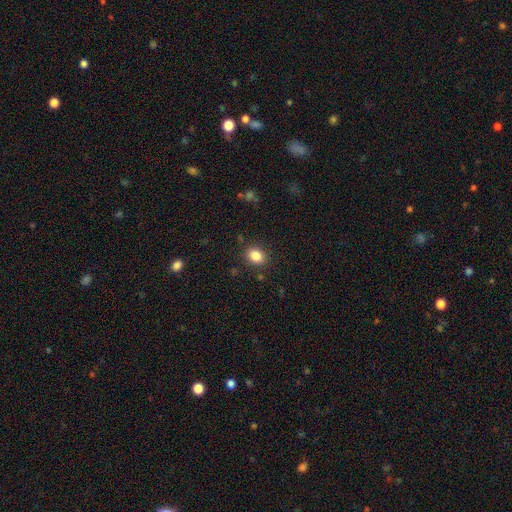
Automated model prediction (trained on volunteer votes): Smooth or featured?
  - smooth: 84% *
  - star or artifact: 10%
  - featured or disk: 5%
How rounded?
  - in between: 59% *
  - round: 40%
  - cigar-shaped: 1%
Merging?
  - none: 86% *
  - minor disturbance: 9%
  - major disturbance: 3%
  - merger: 2%